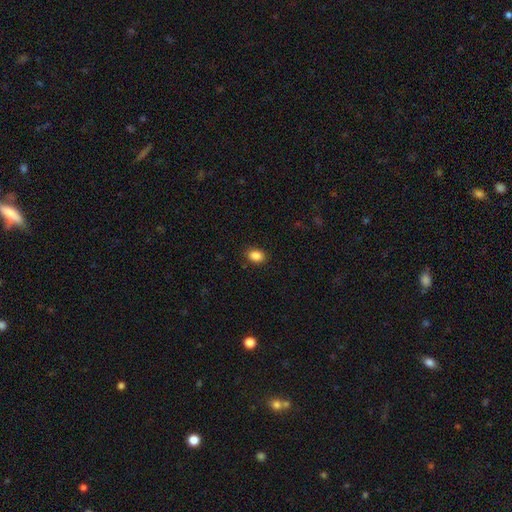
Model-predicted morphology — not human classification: Smooth or featured? smooth (88%)
How rounded? in between (80%)
Merging? none (88%)